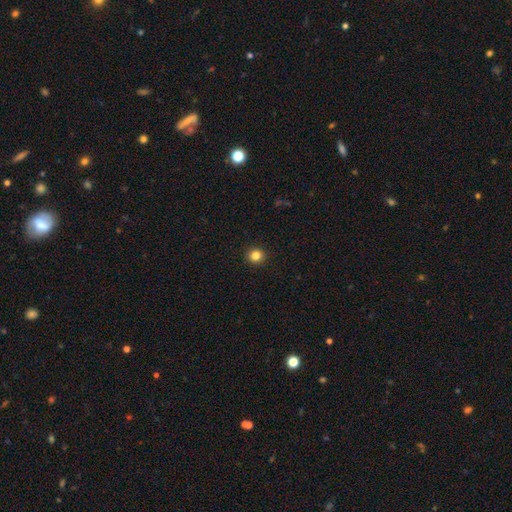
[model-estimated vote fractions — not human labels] A smooth galaxy with no disk features (83%) that is round (92%).

Vote fractions:
- Smooth or featured? smooth: 83% / star or artifact: 12% / featured or disk: 5%
- How rounded? round: 92% / in between: 7% / cigar-shaped: 1%
- Merging? none: 93% / minor disturbance: 4% / major disturbance: 2% / merger: 1%